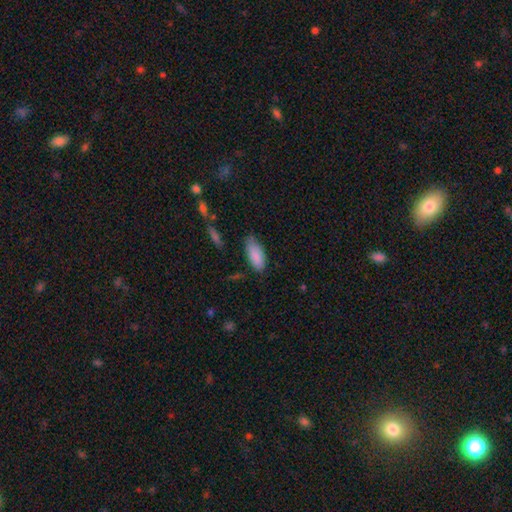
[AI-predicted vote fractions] This appears to be a smooth galaxy with no disk features (88%) that is in between round and cigar-shaped (85%). Merging: none (66%).